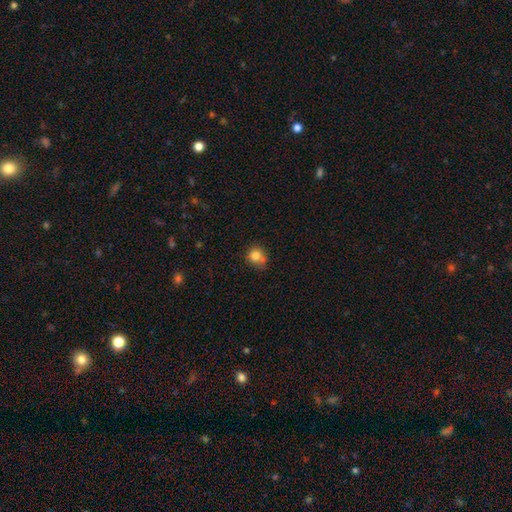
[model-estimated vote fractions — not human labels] Q: Smooth or featured?
A: smooth (80%); runner-up: star or artifact (11%)
Q: How rounded?
A: round (78%); runner-up: in between (21%)
Q: Merging?
A: none (54%); runner-up: minor disturbance (27%)